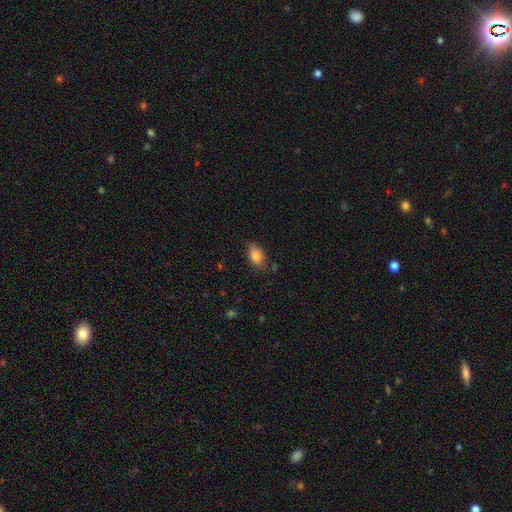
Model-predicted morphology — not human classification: A smooth galaxy with no disk features (82%) that is in between round and cigar-shaped (88%).

Vote fractions:
- Smooth or featured? smooth: 82% / featured or disk: 10% / star or artifact: 8%
- How rounded? in between: 88% / round: 6% / cigar-shaped: 6%
- Merging? none: 77% / minor disturbance: 17% / major disturbance: 4% / merger: 2%